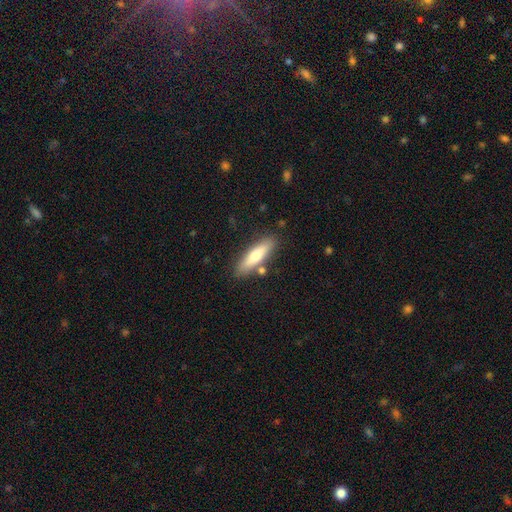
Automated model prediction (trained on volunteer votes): smooth-or-featured: smooth: 67% | featured or disk: 27% | star or artifact: 6%
  how-rounded: cigar-shaped: 67% | in between: 32% | round: 2%
  merging: none: 82% | minor disturbance: 11% | merger: 5% | major disturbance: 2%